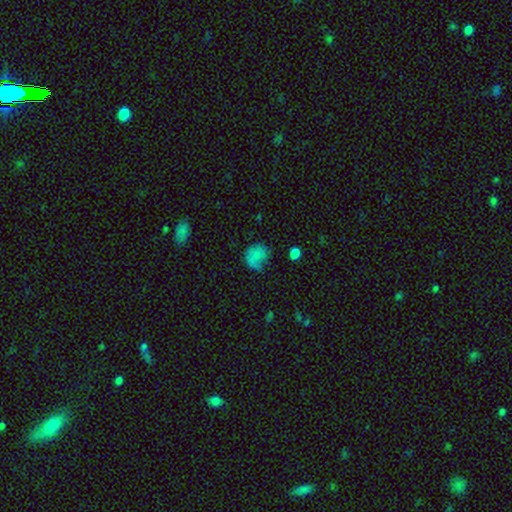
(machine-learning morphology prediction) smooth-or-featured: smooth: 75% | featured or disk: 13% | star or artifact: 12%
  how-rounded: round: 69% | in between: 30% | cigar-shaped: 1%
  merging: none: 44% | minor disturbance: 30% | major disturbance: 23% | merger: 4%